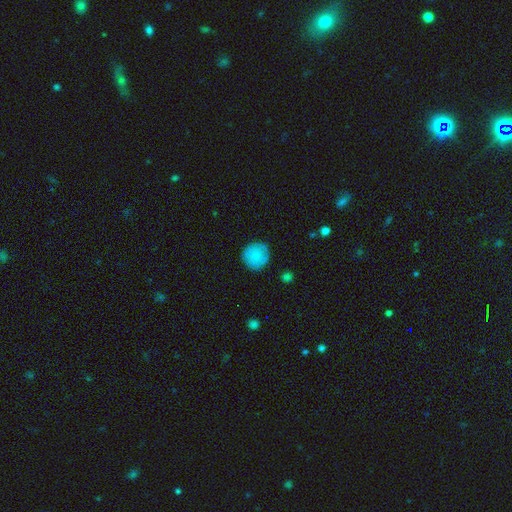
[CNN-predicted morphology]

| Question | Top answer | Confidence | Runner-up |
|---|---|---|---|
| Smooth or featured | smooth | 85% | star or artifact (8%) |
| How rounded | round | 93% | in between (7%) |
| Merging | none | 84% | minor disturbance (12%) |